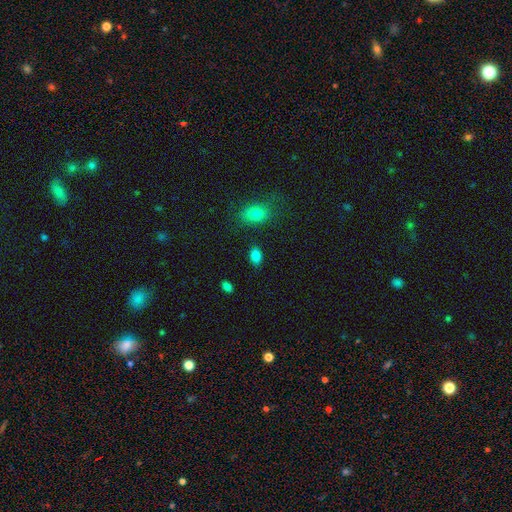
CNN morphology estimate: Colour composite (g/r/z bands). It shows a smooth galaxy with no disk features (85%) that is in between round and cigar-shaped (86%). Merging: none (84%).